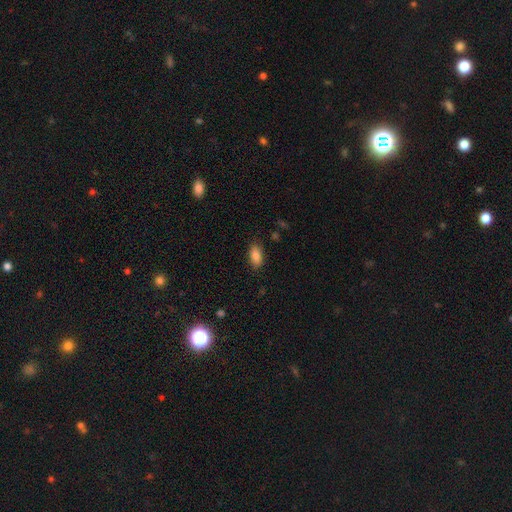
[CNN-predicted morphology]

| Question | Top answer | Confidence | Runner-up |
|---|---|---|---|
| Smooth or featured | smooth | 84% | star or artifact (8%) |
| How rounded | in between | 90% | cigar-shaped (5%) |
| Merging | none | 84% | minor disturbance (12%) |